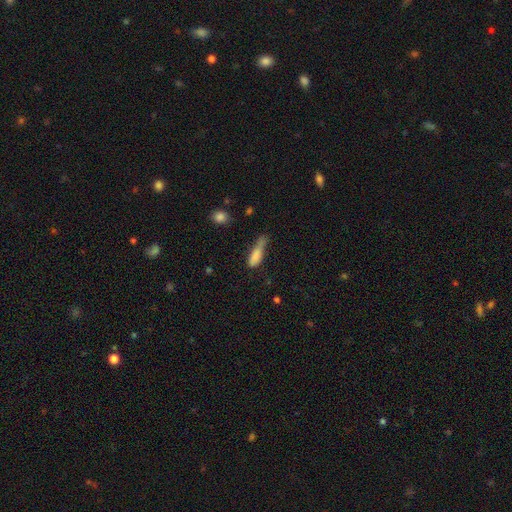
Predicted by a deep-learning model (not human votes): smooth 79%, featured or disk 12%, star or artifact 9%. Down the decision tree: how rounded — cigar-shaped (50%); merging — minor disturbance (35%).